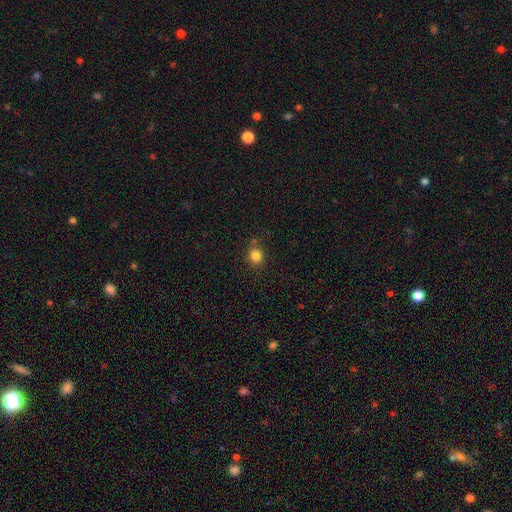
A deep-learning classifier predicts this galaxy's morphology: smooth-or-featured: smooth: 83% | star or artifact: 12% | featured or disk: 5%
  how-rounded: round: 79% | in between: 20% | cigar-shaped: 1%
  merging: none: 79% | minor disturbance: 12% | merger: 6% | major disturbance: 3%